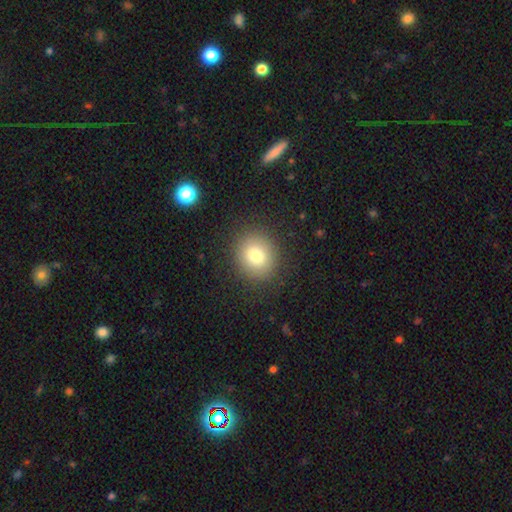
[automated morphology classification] smooth-or-featured: smooth: 78% | star or artifact: 12% | featured or disk: 11%
  how-rounded: round: 77% | in between: 22% | cigar-shaped: 1%
  merging: none: 88% | minor disturbance: 7% | major disturbance: 3% | merger: 1%